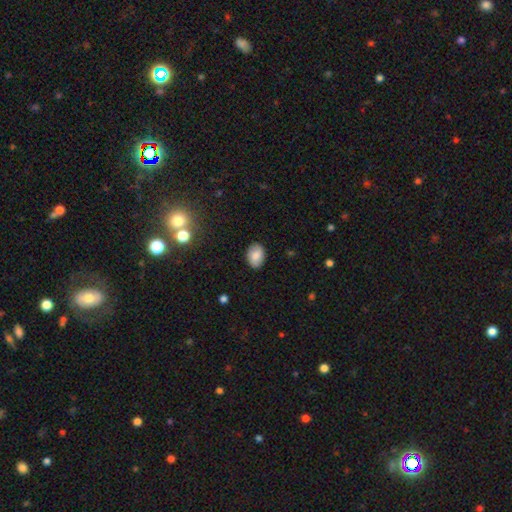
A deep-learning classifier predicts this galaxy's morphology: A smooth galaxy with no disk features (82%) that is in between round and cigar-shaped (82%).

Vote fractions:
- Smooth or featured? smooth: 82% / featured or disk: 9% / star or artifact: 8%
- How rounded? in between: 82% / round: 17% / cigar-shaped: 1%
- Merging? none: 85% / minor disturbance: 11% / major disturbance: 2% / merger: 1%